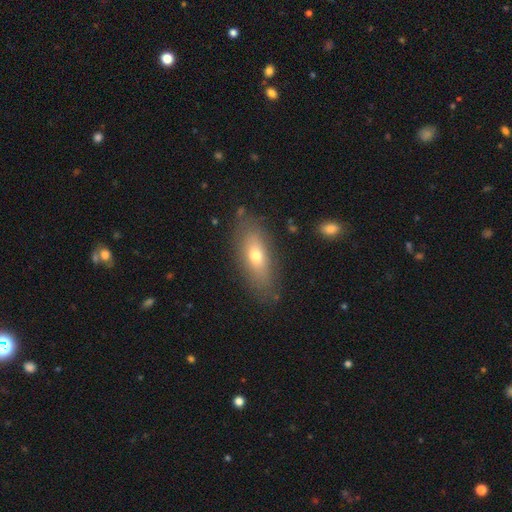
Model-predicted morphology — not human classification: This appears to be a smooth galaxy with no disk features (65%) that is in between round and cigar-shaped (68%). Merging: none (82%).